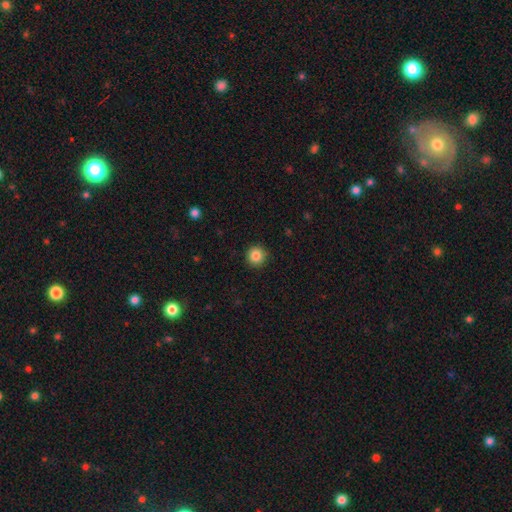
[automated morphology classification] This is clearly a smooth galaxy (85%). How rounded: clearly round (95%). Merging: clearly none (91%).